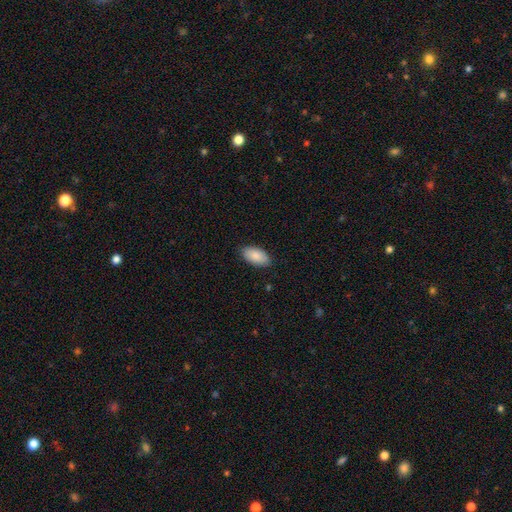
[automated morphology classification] Smooth or featured? Predicted: smooth (p=0.88). How rounded? Predicted: in between (p=0.95). Merging? Predicted: none (p=0.87).